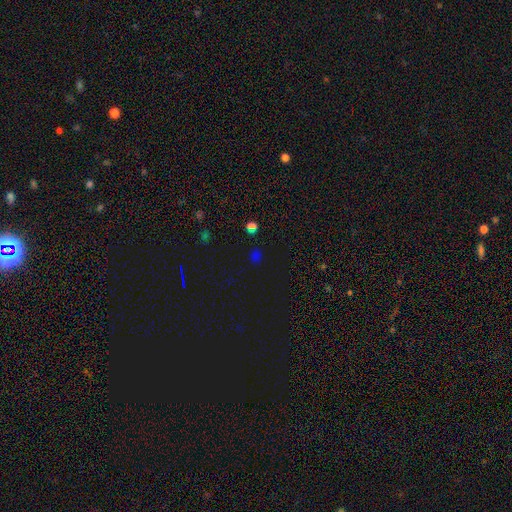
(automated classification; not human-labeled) Smooth or featured? Predicted: star or artifact (p=0.48).